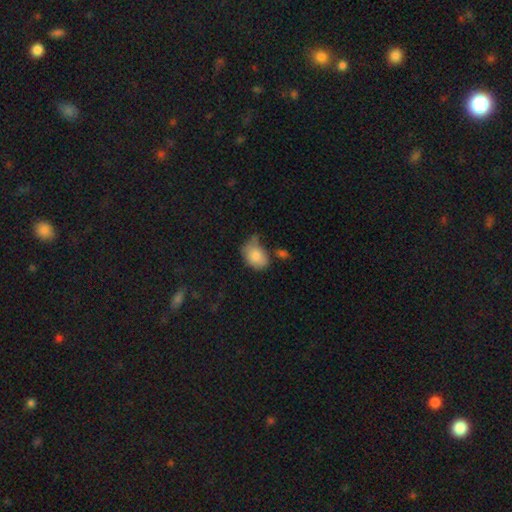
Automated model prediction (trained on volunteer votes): A smooth galaxy with no disk features (83%) that is in between round and cigar-shaped (72%).

Vote fractions:
- Smooth or featured? smooth: 83% / featured or disk: 10% / star or artifact: 8%
- How rounded? in between: 72% / round: 26% / cigar-shaped: 1%
- Merging? none: 42% / minor disturbance: 37% / major disturbance: 12% / merger: 9%